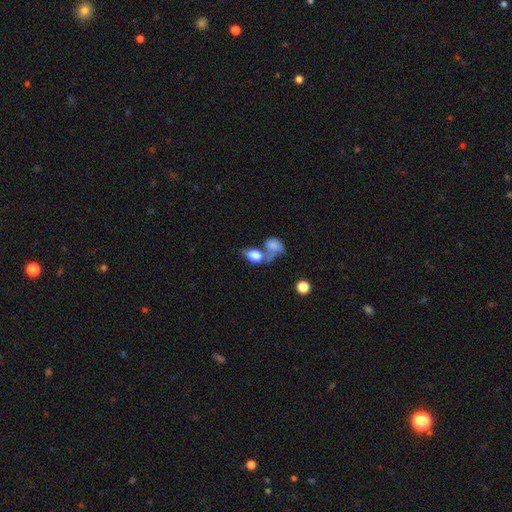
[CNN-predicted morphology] Overall: smooth (74%). How rounded: in between (67%; round 31%). Merging: merger (55%; none 22%).